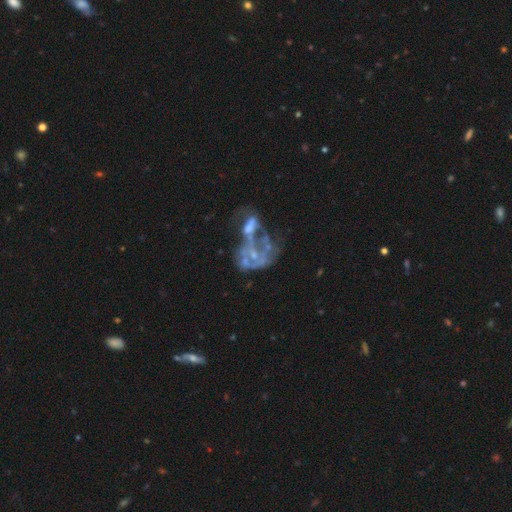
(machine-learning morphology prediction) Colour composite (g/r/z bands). It shows a featured or disk galaxy (70%) with no bar (84%), no spiral arms (78%) and no central bulge (55%). Merging: merger (39%).